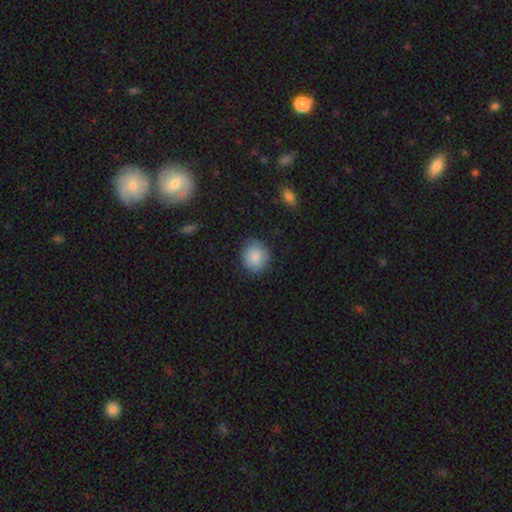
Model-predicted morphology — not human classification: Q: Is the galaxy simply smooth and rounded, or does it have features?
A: smooth — 84%.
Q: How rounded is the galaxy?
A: round — 82%.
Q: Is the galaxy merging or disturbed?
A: none — 80%.